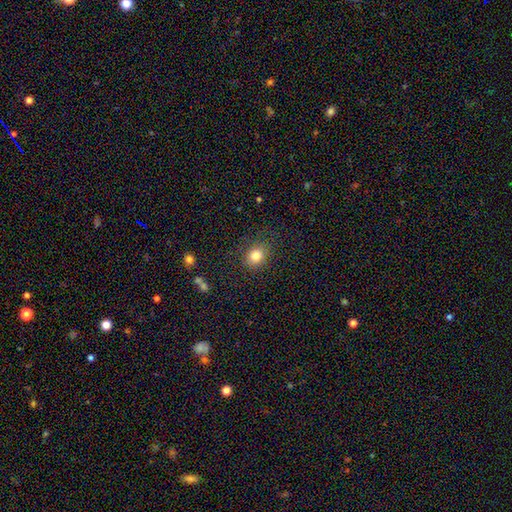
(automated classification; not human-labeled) smooth-or-featured: smooth: 82% | star or artifact: 11% | featured or disk: 7%
  how-rounded: round: 61% | in between: 38% | cigar-shaped: 1%
  merging: none: 84% | minor disturbance: 11% | major disturbance: 4% | merger: 1%